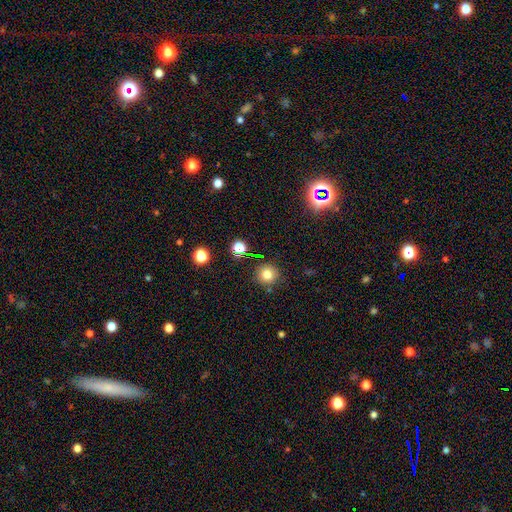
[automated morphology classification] A smooth galaxy with no disk features (61%) that is round (90%). Merging: none (86%).